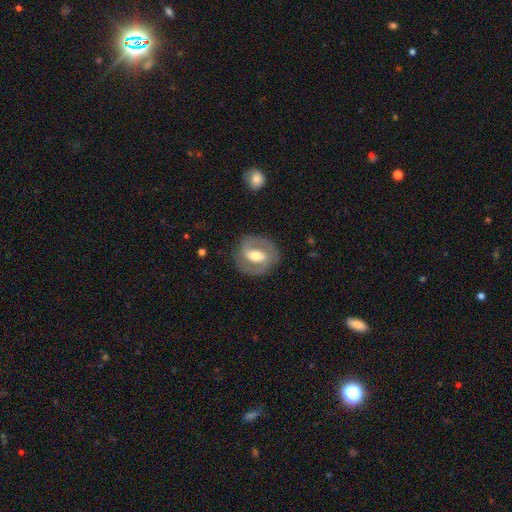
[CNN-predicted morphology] type=featured or disk (75%); edge-on=no (96%); bar=strong (46%); spiral arms=yes (80%); winding=medium (48%); arm count=2 (87%); bulge=moderate (66%); merging=none (82%).